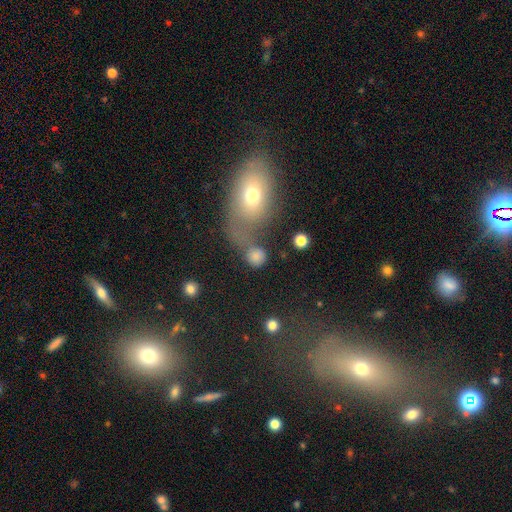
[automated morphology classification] Smooth or featured? smooth (79%)
How rounded? round (84%)
Merging? none (51%)